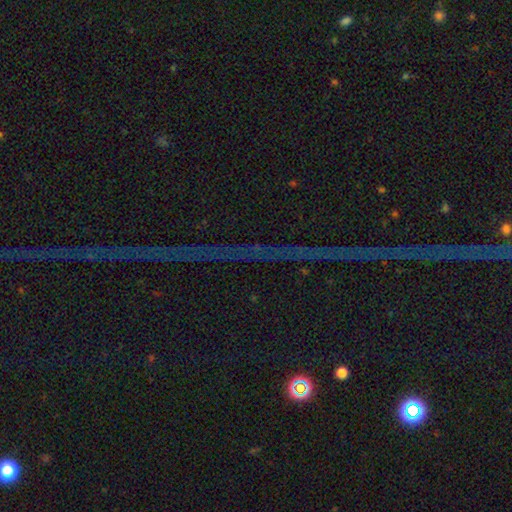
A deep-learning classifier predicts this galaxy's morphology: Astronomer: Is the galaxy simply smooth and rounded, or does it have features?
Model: star or artifact — 80%.